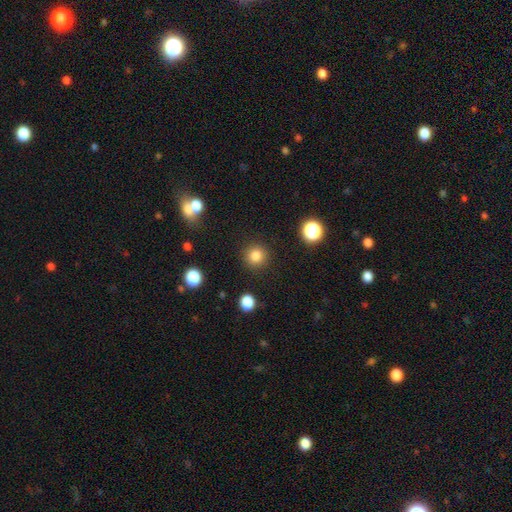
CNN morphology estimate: smooth 83%, star or artifact 13%, featured or disk 5%. Down the decision tree: how rounded — round (94%); merging — none (90%).